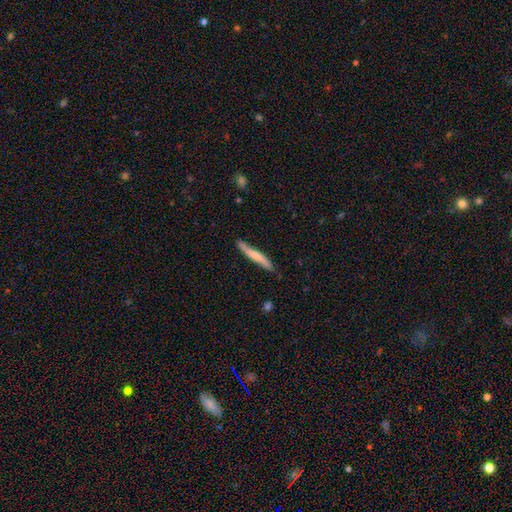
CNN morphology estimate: A smooth galaxy with no disk features (52%) that is cigar-shaped (94%). Merging: none (75%).